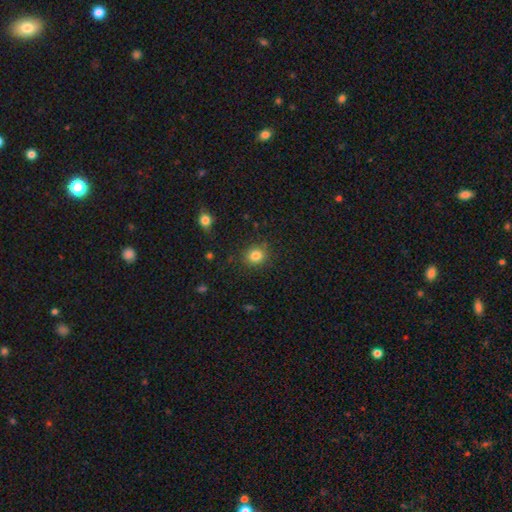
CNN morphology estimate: smooth-or-featured: smooth: 83% | star or artifact: 11% | featured or disk: 6%
  how-rounded: round: 75% | in between: 24% | cigar-shaped: 1%
  merging: none: 86% | minor disturbance: 9% | major disturbance: 3% | merger: 2%